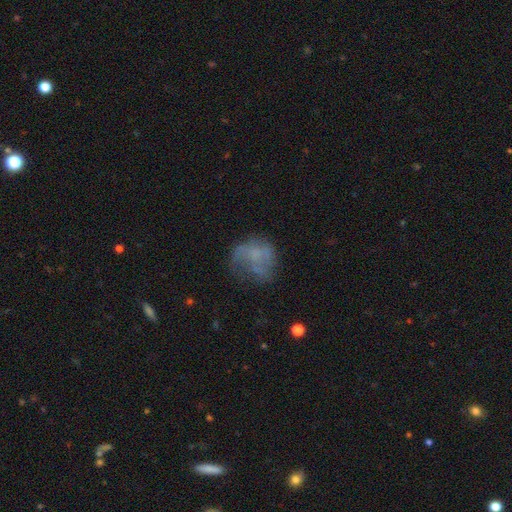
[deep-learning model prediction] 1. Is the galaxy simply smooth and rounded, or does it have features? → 46% smooth, 39% featured or disk, 15% star or artifact.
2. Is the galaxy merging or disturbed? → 40% none, 32% major disturbance, 24% minor disturbance, 4% merger.